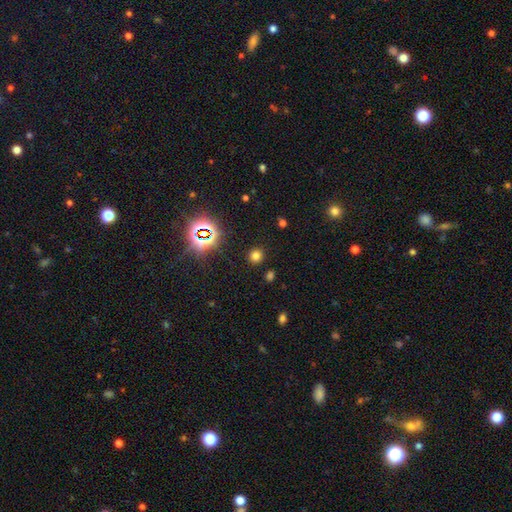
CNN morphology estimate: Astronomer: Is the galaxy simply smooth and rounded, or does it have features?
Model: smooth — 68%.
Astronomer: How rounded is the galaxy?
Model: round — 89%.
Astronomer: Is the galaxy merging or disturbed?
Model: none — 89%.